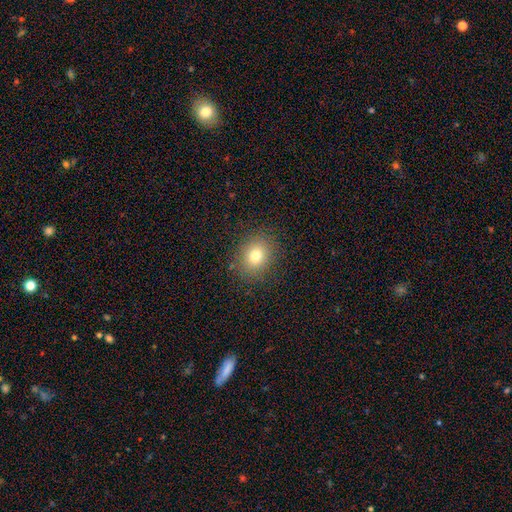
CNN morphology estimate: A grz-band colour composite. It shows a smooth galaxy with no disk features (76%) that is round (64%). Merging: none (86%).